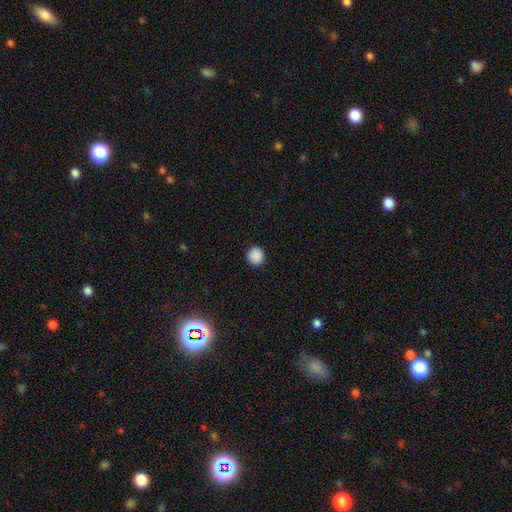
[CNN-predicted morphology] smooth-or-featured: smooth: 89% | star or artifact: 9% | featured or disk: 2%
  how-rounded: round: 91% | in between: 8% | cigar-shaped: 1%
  merging: none: 93% | minor disturbance: 5% | major disturbance: 2% | merger: 1%